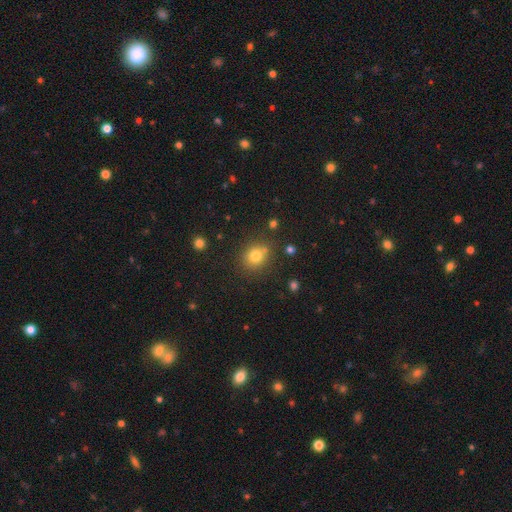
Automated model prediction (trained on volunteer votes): A smooth galaxy with no disk features (78%) that is round (73%). Merging: none (72%).